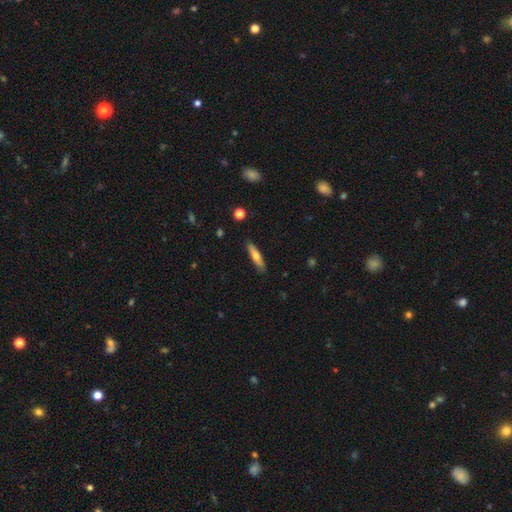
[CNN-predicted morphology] smooth 57%, featured or disk 36%, star or artifact 7%. Down the decision tree: how rounded — cigar-shaped (79%); merging — none (88%).